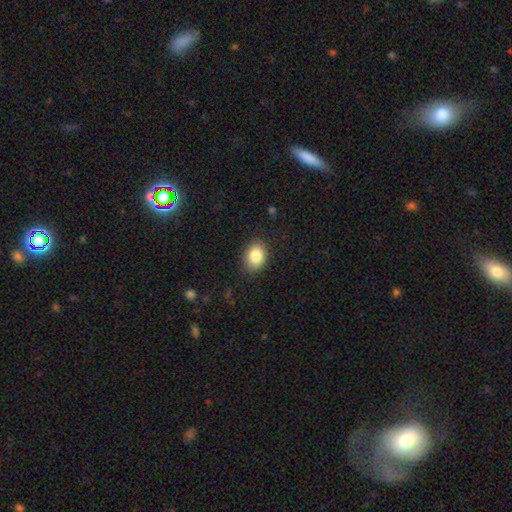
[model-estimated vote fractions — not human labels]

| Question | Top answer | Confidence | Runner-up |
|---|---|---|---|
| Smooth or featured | smooth | 84% | star or artifact (9%) |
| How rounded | in between | 62% | round (37%) |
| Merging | none | 86% | minor disturbance (10%) |